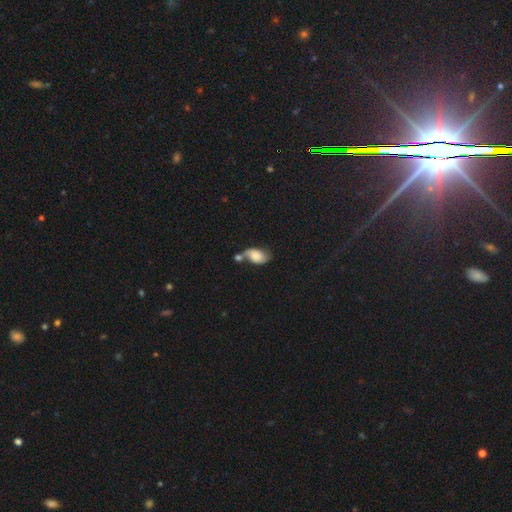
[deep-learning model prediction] Smooth or featured? smooth (60%)
How rounded? in between (89%)
Merging? merger (38%)